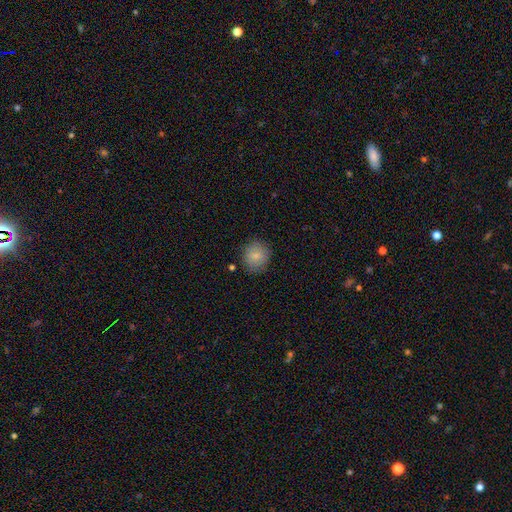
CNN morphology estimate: The model was most divided on "how rounded": round: 85%, in between: 14%, cigar-shaped: 1%. More confident: merging — none (85%); smooth or featured — smooth (84%).